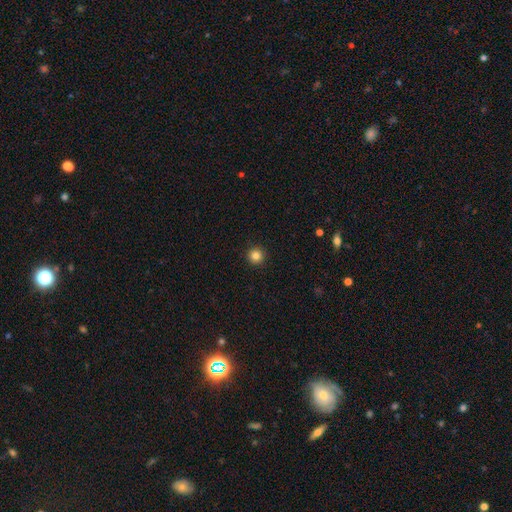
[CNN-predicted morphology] smooth 85%, star or artifact 12%, featured or disk 4%. Down the decision tree: how rounded — round (96%); merging — none (93%).